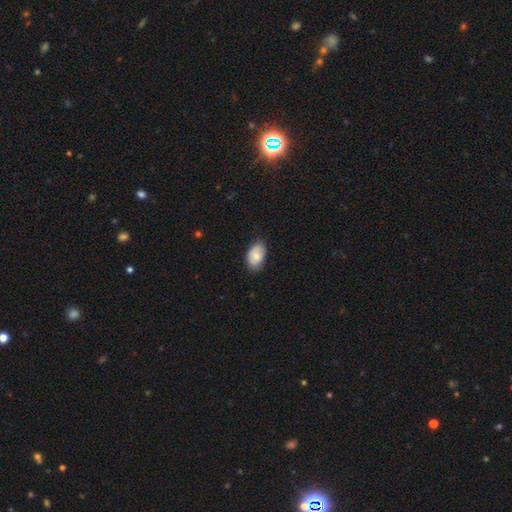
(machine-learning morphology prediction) Smooth or featured? smooth (80%)
How rounded? in between (90%)
Merging? none (75%)